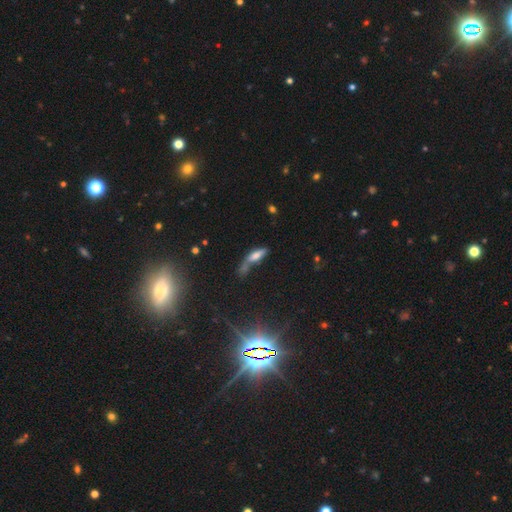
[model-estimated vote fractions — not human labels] smooth 62%, featured or disk 26%, star or artifact 12%. Down the decision tree: how rounded — cigar-shaped (51%); merging — none (30%).